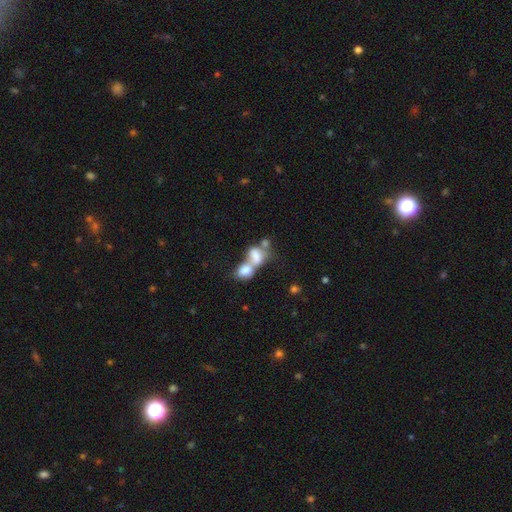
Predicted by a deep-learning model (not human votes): Smooth or featured: smooth — 69% (featured or disk — 22%)
How rounded: in between — 76% (round — 20%)
Merging: merger — 77% (none — 12%)